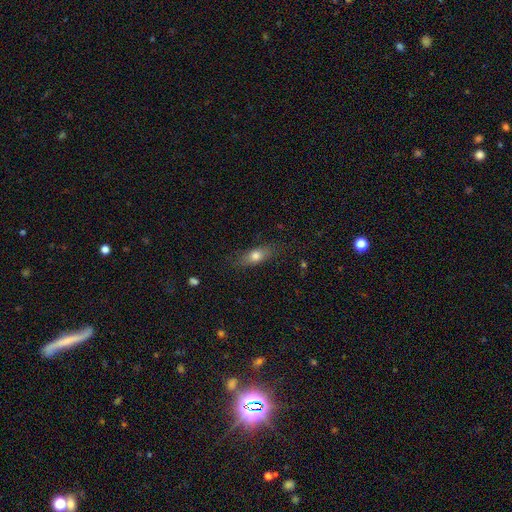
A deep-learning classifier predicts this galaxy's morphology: A smooth galaxy with no disk features (71%) that is in between round and cigar-shaped (67%). Merging: none (79%).